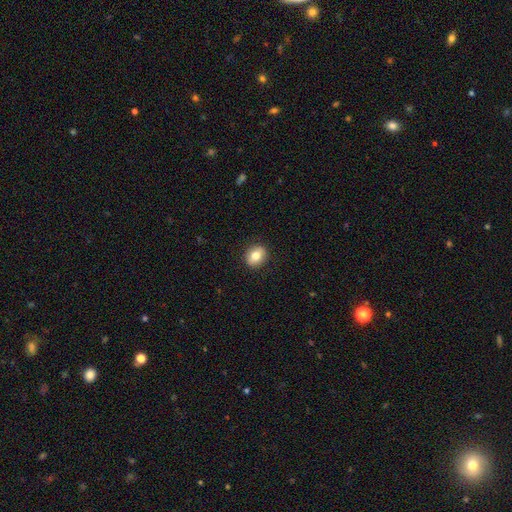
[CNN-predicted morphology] smooth_or_featured: smooth (p=0.78) [alt: featured or disk p=0.13]
how_rounded: in between (p=0.53) [alt: round p=0.46]
merging: none (p=0.89) [alt: minor disturbance p=0.08]